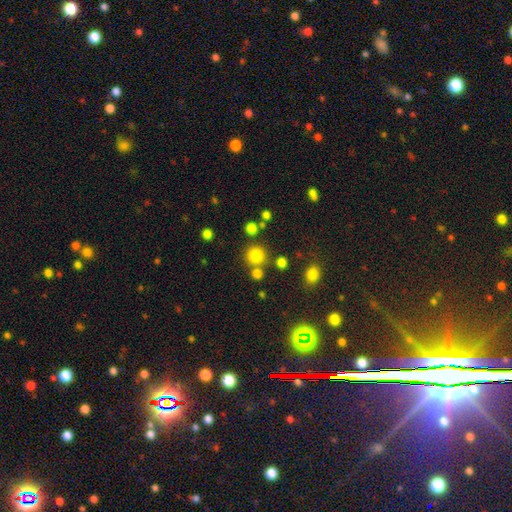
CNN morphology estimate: smooth_or_featured: smooth (p=0.80) [alt: star or artifact p=0.15]
how_rounded: round (p=0.92) [alt: in between p=0.07]
merging: none (p=0.79) [alt: merger p=0.10]